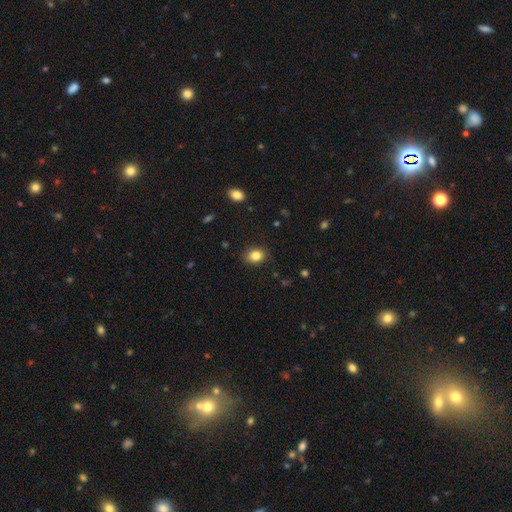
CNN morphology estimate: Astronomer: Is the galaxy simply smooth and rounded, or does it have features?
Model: smooth — 84%.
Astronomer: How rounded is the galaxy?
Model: in between — 53% (runner-up: round, 46%).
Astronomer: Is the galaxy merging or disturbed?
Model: none — 85%.